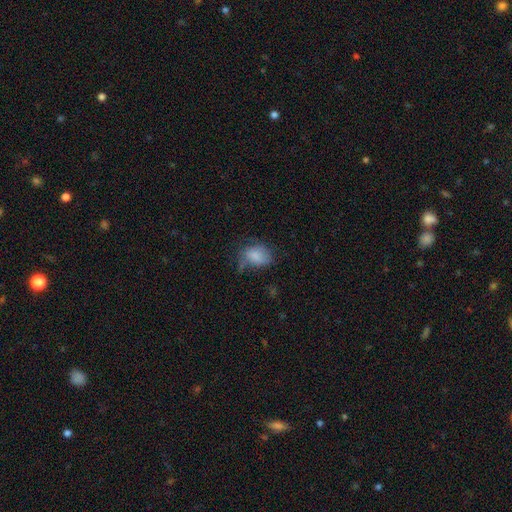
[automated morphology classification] smooth_or_featured: smooth (p=0.75) [alt: featured or disk p=0.15]
how_rounded: in between (p=0.73) [alt: round p=0.26]
merging: none (p=0.40) [alt: minor disturbance p=0.35]